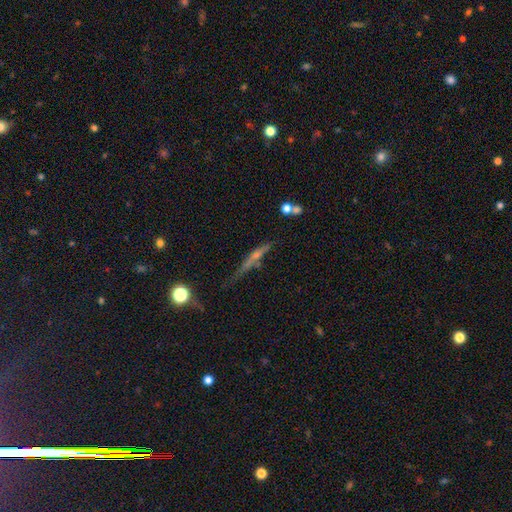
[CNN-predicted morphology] A featured or disk galaxy (56%) viewed edge-on (89%) with a rounded central bulge (47%). Merging: none (59%).